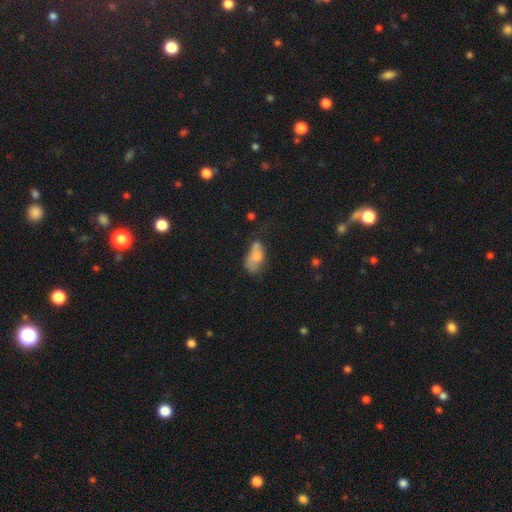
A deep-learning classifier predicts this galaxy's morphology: smooth_or_featured: smooth (p=0.67) [alt: featured or disk p=0.23]
how_rounded: in between (p=0.87) [alt: cigar-shaped p=0.08]
merging: none (p=0.30) [tied with: minor disturbance p=0.30]